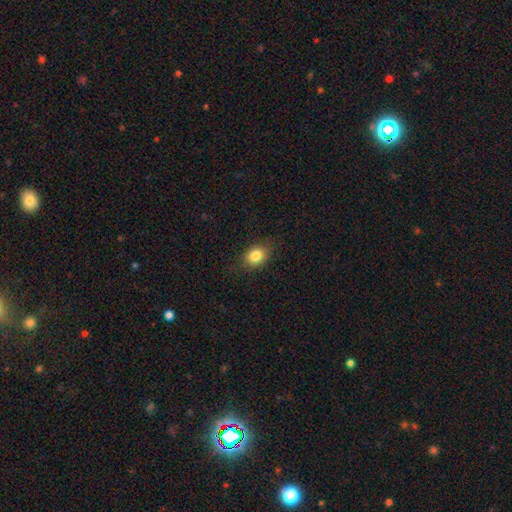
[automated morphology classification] Smooth or featured? Predicted: smooth (p=0.82). How rounded? Predicted: in between (p=0.57). Merging? Predicted: none (p=0.81).